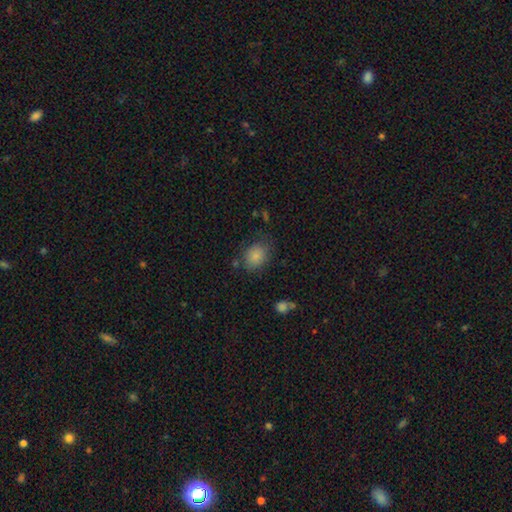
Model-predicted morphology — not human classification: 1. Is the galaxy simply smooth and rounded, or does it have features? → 84% smooth, 9% star or artifact, 7% featured or disk.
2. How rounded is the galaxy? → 53% in between, 46% round, 1% cigar-shaped.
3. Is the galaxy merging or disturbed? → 71% none, 19% minor disturbance, 6% major disturbance, 3% merger.